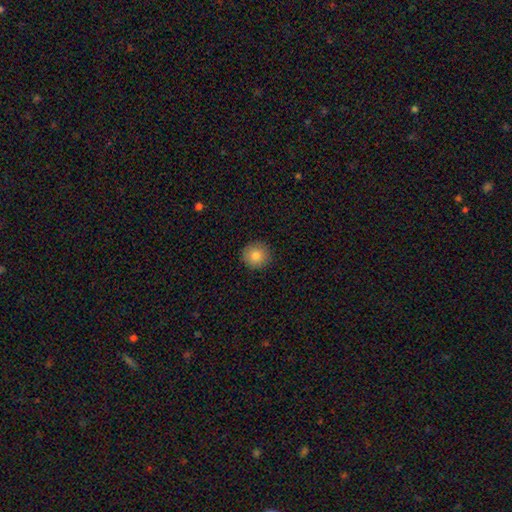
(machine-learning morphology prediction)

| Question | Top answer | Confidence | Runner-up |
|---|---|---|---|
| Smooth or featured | smooth | 84% | star or artifact (9%) |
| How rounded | round | 94% | in between (5%) |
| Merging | none | 91% | minor disturbance (6%) |